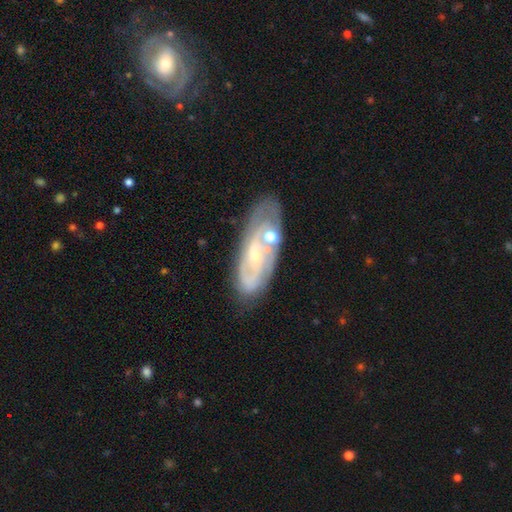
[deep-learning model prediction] Smooth or featured? featured or disk (78%)
Edge-on disk? no (91%)
Bar? no (49%)
Spiral arms? yes (87%)
Spiral winding? tight (48%)
Spiral arm count? 2 (52%)
Bulge size? small (70%)
Merging? none (67%)